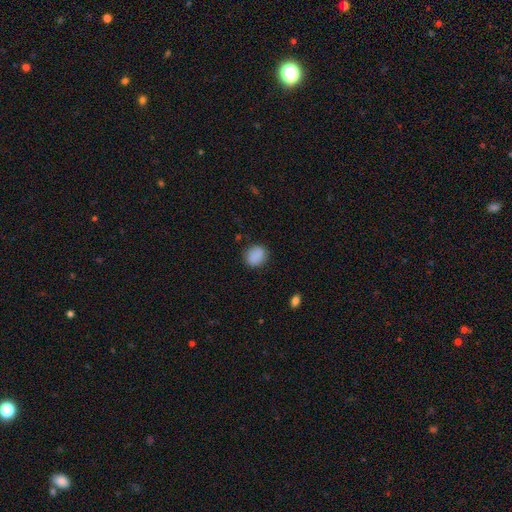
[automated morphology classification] Smooth or featured?
  - smooth: 87% *
  - star or artifact: 8%
  - featured or disk: 5%
How rounded?
  - round: 69% *
  - in between: 30%
  - cigar-shaped: 1%
Merging?
  - none: 85% *
  - minor disturbance: 11%
  - major disturbance: 3%
  - merger: 1%